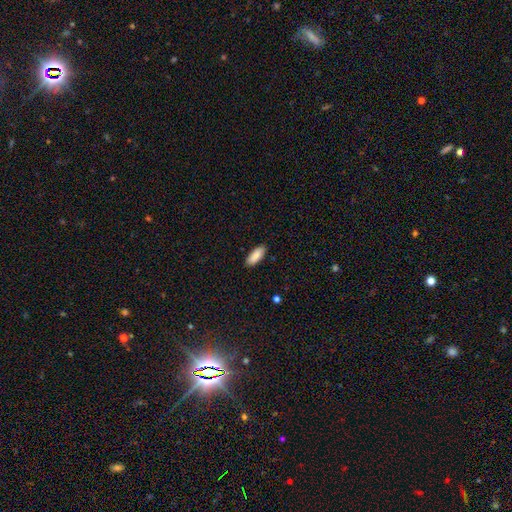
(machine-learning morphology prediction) This appears to be a smooth galaxy with no disk features (88%) that is in between round and cigar-shaped (77%). Merging: none (89%).